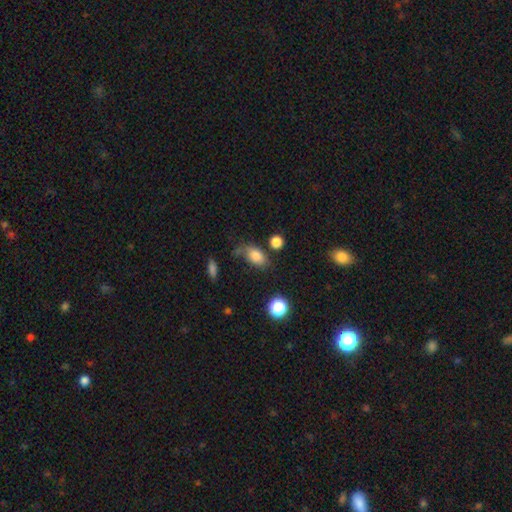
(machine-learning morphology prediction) Overall: smooth (81%). How rounded: in between (85%). Merging: none (55%; minor disturbance 25%).